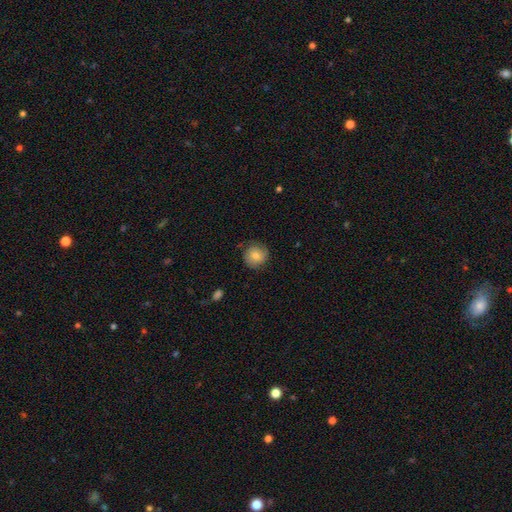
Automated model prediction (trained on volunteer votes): Smooth or featured? Predicted: smooth (p=0.72). How rounded? Predicted: round (p=0.90). Merging? Predicted: none (p=0.79).